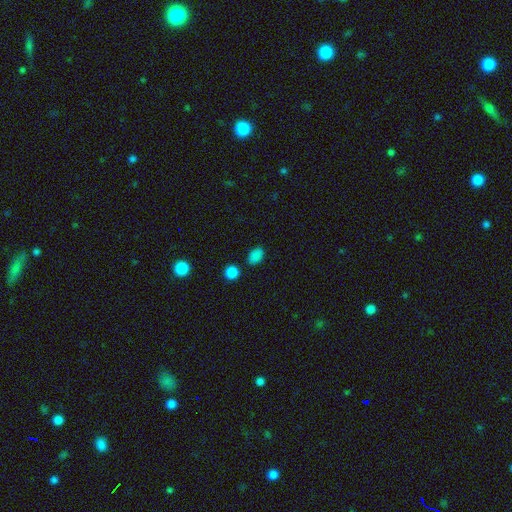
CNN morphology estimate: smooth-or-featured: smooth: 82% | star or artifact: 14% | featured or disk: 3%
  how-rounded: in between: 79% | round: 20% | cigar-shaped: 2%
  merging: none: 82% | minor disturbance: 11% | merger: 4% | major disturbance: 3%